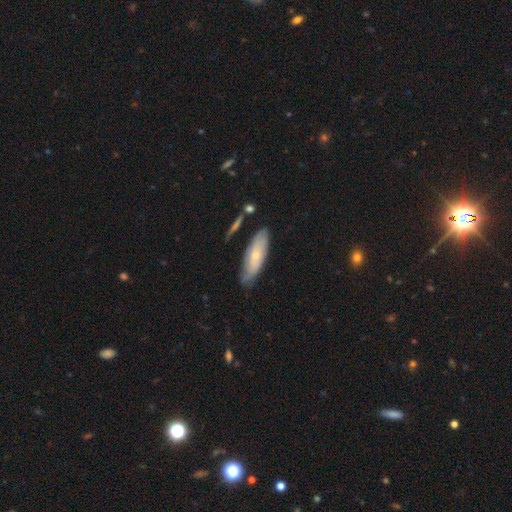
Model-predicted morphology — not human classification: smooth 56%, featured or disk 37%, star or artifact 6%. Down the decision tree: how rounded — in between (60%); merging — none (73%).